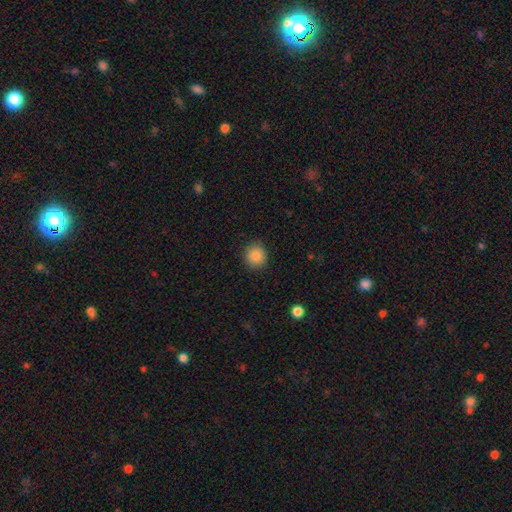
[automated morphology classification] smooth_or_featured: smooth (p=0.86) [alt: star or artifact p=0.10]
how_rounded: round (p=0.91) [alt: in between p=0.08]
merging: none (p=0.91) [alt: minor disturbance p=0.06]